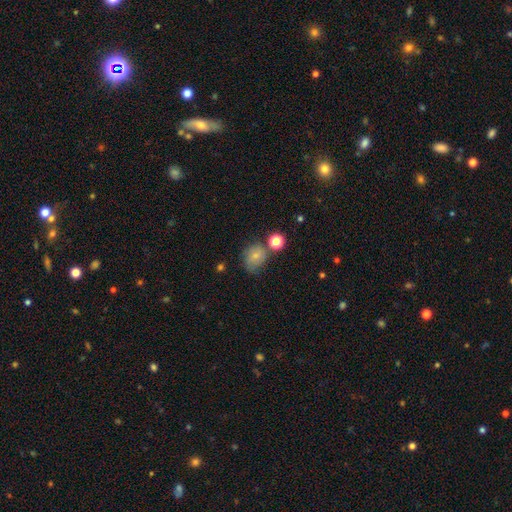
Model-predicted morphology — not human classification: type=smooth (73%); roundness=round (56%); merging=none (56%).